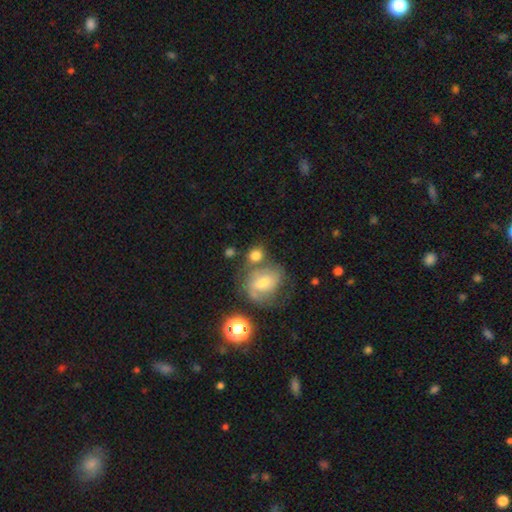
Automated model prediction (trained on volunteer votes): This appears to be a smooth galaxy with no disk features (70%) that is round (63%). Merging: none (51%).